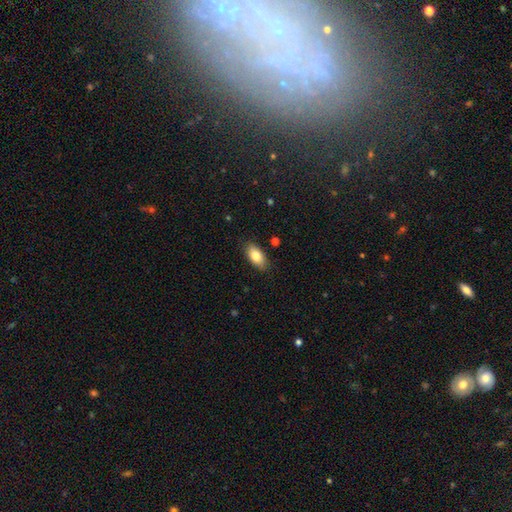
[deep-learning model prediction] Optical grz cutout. It shows a smooth galaxy with no disk features (82%) that is in between round and cigar-shaped (90%). Merging: none (85%).